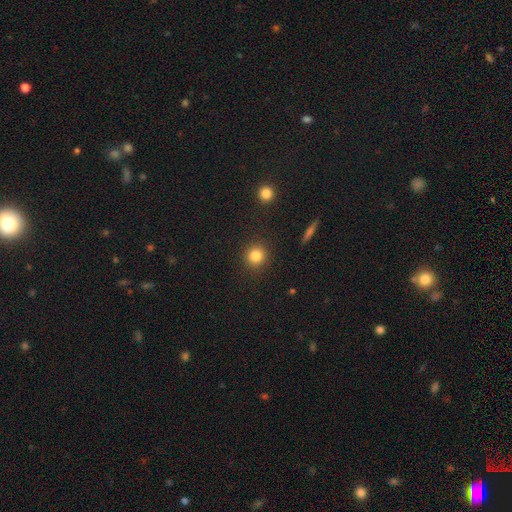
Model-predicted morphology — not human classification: This is clearly a smooth galaxy (83%). How rounded: clearly round (92%). Merging: clearly none (91%).